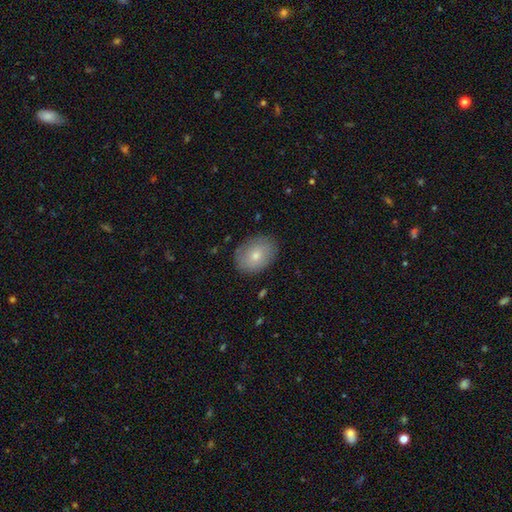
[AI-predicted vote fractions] Q: Smooth or featured?
A: smooth (73%); runner-up: featured or disk (19%)
Q: How rounded?
A: in between (70%); runner-up: round (29%)
Q: Merging?
A: none (82%); runner-up: minor disturbance (13%)